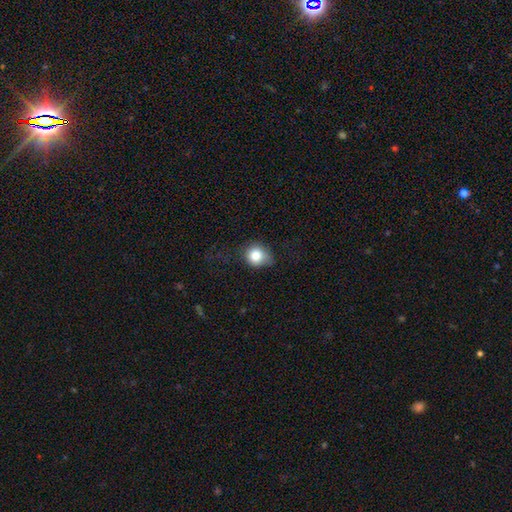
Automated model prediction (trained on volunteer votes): Overall: smooth (81%). How rounded: round (77%). Merging: none (57%; minor disturbance 31%).